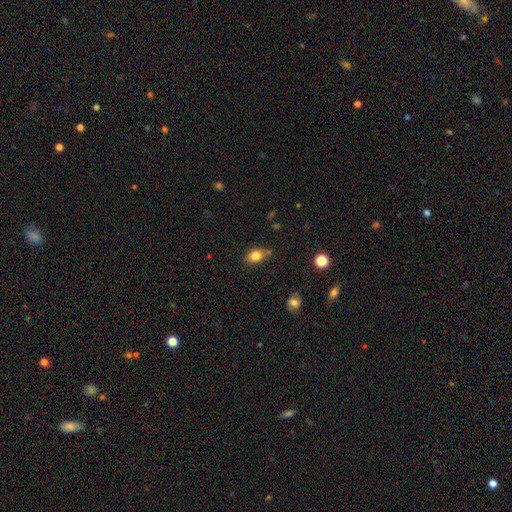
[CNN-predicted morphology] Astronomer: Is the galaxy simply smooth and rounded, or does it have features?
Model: smooth — 81%.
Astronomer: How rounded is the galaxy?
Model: in between — 72%.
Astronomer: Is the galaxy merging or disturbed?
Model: none — 74%.